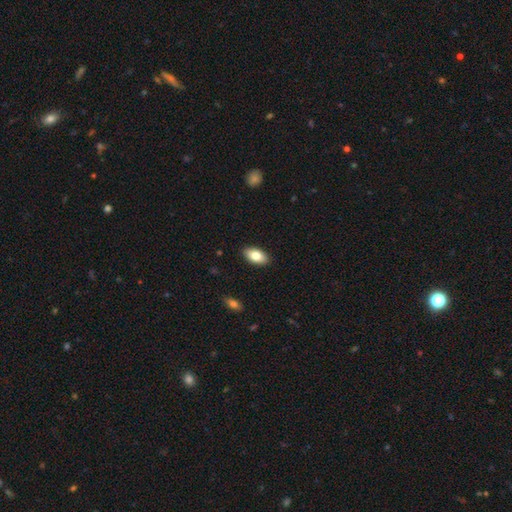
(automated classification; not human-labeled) Smooth or featured? smooth (80%)
How rounded? in between (93%)
Merging? none (90%)